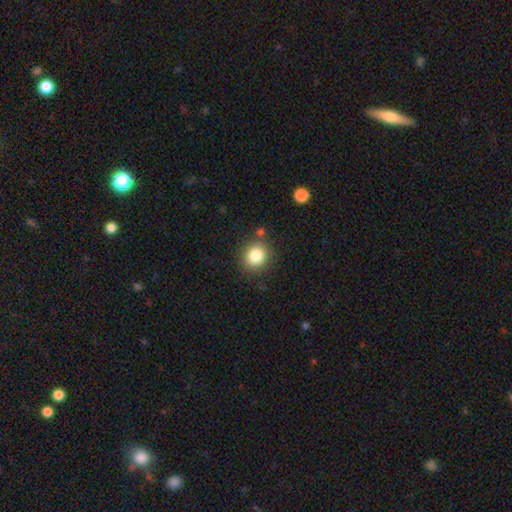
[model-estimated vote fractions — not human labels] smooth 83%, star or artifact 11%, featured or disk 6%. Down the decision tree: how rounded — round (82%); merging — none (84%).